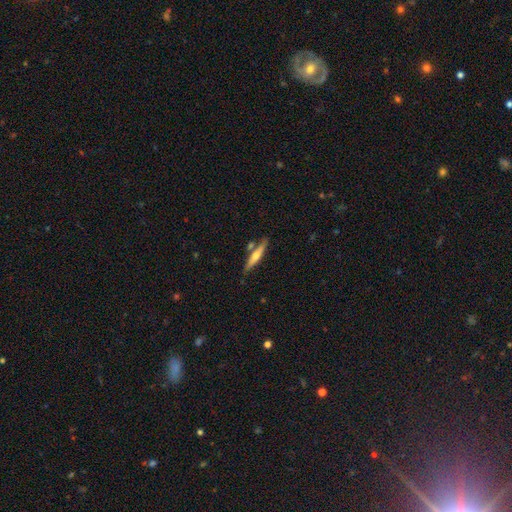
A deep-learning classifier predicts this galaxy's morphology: smooth_or_featured: featured or disk (p=0.54) [alt: smooth p=0.41]
disk_edge_on: yes (p=0.95) [alt: no p=0.05]
edge_on_bulge: rounded (p=0.83) [alt: none p=0.12]
merging: none (p=0.75) [alt: minor disturbance p=0.12]